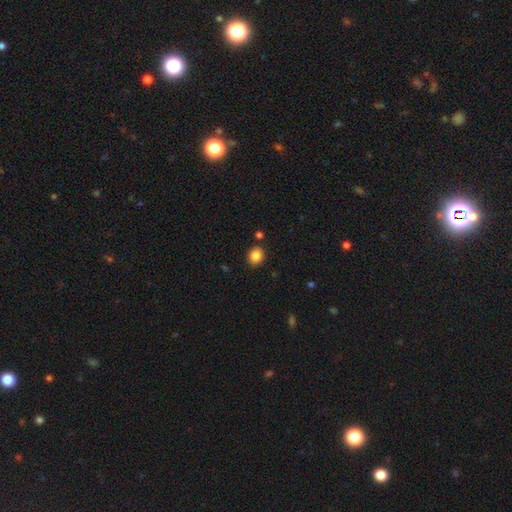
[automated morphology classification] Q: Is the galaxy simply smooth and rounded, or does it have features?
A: smooth — 86%.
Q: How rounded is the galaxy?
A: round — 60%.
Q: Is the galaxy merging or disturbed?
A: none — 86%.